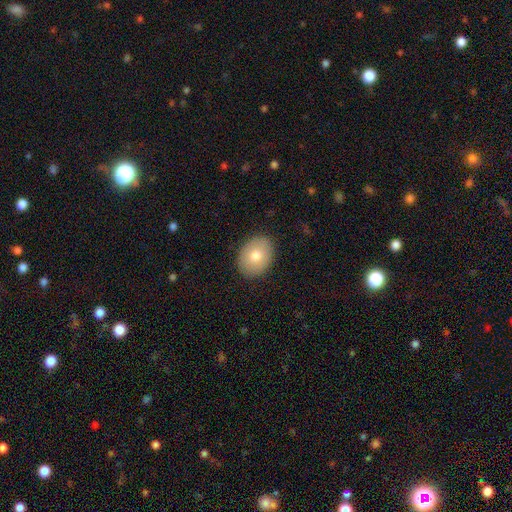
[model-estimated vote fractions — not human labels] A smooth galaxy with no disk features (75%) that is in between round and cigar-shaped (65%).

Vote fractions:
- Smooth or featured? smooth: 75% / featured or disk: 17% / star or artifact: 7%
- How rounded? in between: 65% / round: 34% / cigar-shaped: 1%
- Merging? none: 88% / minor disturbance: 9% / major disturbance: 2% / merger: 1%